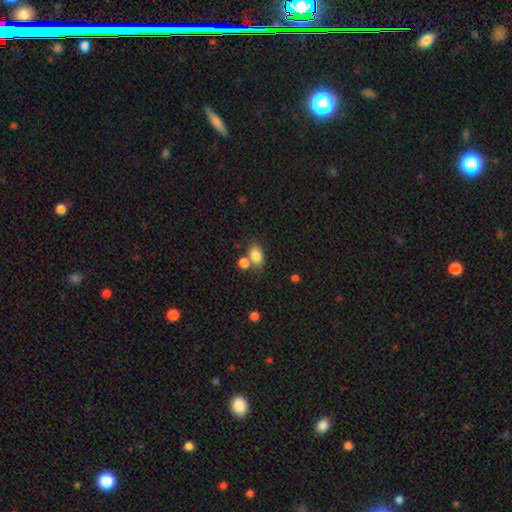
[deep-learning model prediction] A smooth galaxy with no disk features (83%) that is in between round and cigar-shaped (81%). Merging: none (50%).